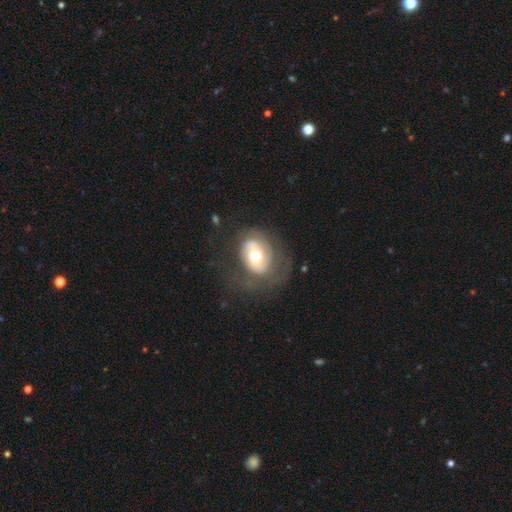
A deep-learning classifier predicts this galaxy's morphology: Smooth or featured? featured or disk (59%)
Edge-on disk? no (95%)
Bar? no (57%)
Spiral arms? yes (60%)
Bulge size? moderate (68%)
Merging? none (56%)